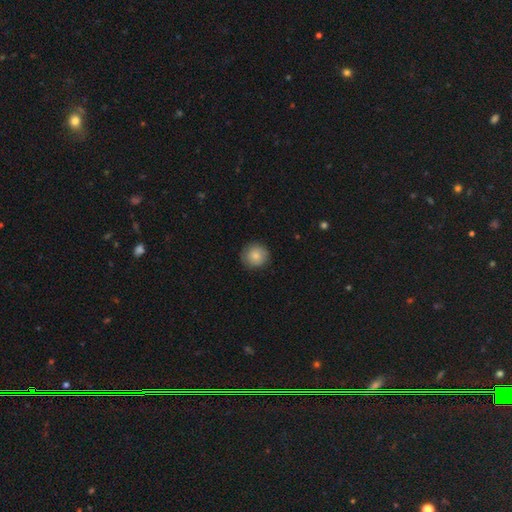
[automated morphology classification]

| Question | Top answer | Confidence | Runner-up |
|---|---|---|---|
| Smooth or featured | smooth | 81% | featured or disk (11%) |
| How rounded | round | 91% | in between (8%) |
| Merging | none | 86% | minor disturbance (10%) |